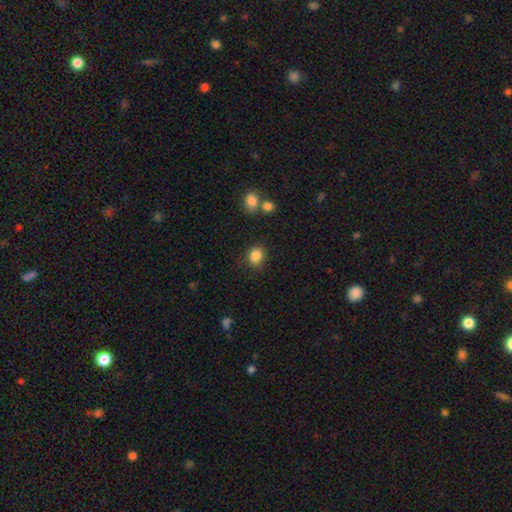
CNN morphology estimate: A smooth galaxy with no disk features (86%) that is round (64%). Merging: none (82%).